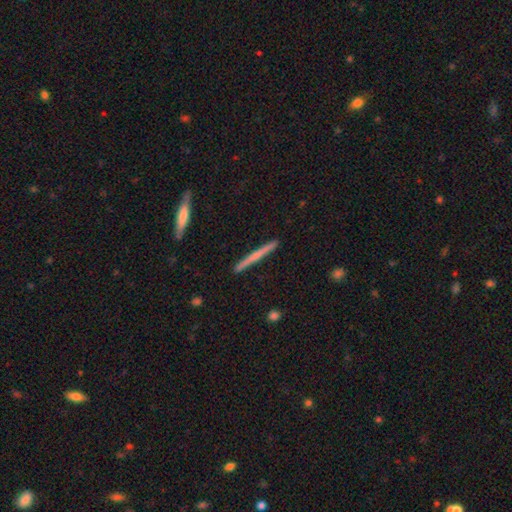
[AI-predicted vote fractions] Smooth or featured? featured or disk (50%)
Merging? none (91%)